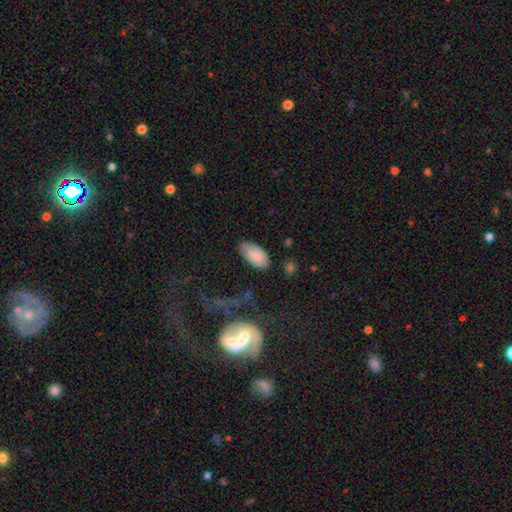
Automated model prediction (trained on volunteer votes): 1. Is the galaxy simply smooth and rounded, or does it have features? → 84% smooth, 9% featured or disk, 7% star or artifact.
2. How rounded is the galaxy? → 95% in between, 3% cigar-shaped, 2% round.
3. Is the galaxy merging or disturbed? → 76% none, 18% minor disturbance, 4% major disturbance, 2% merger.